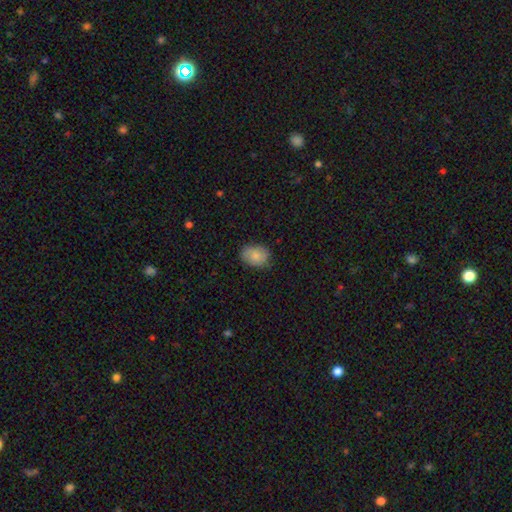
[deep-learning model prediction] smooth_or_featured: smooth (p=0.81) [alt: featured or disk p=0.12]
how_rounded: in between (p=0.65) [alt: round p=0.34]
merging: none (p=0.76) [alt: minor disturbance p=0.19]